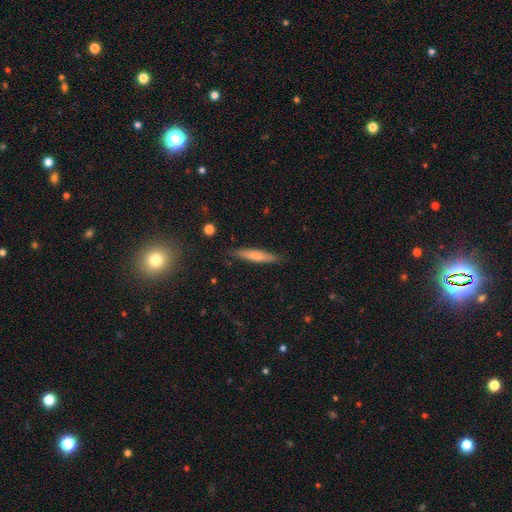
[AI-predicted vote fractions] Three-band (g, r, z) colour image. It shows a smooth galaxy with no disk features (64%) that is cigar-shaped (90%). Merging: none (87%).